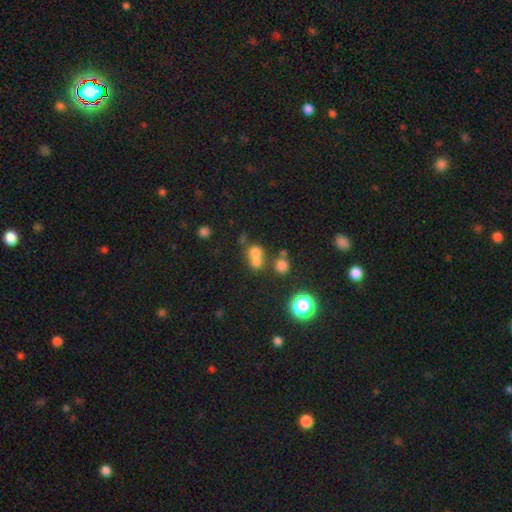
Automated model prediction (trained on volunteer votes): Morphology: type=smooth (67%); roundness=round (78%); merging=merger (53%).